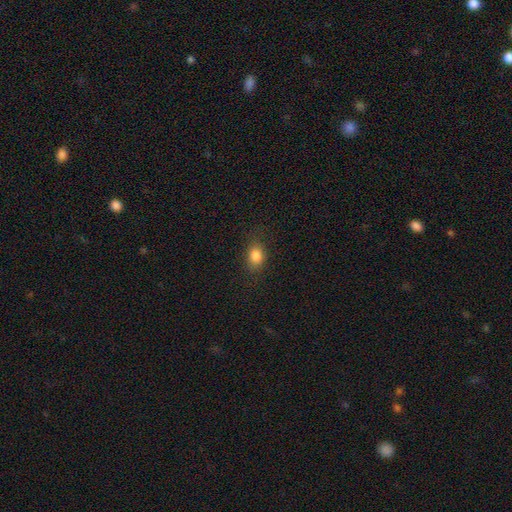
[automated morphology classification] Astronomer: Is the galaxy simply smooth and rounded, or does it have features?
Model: smooth — 83%.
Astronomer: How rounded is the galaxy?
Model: in between — 68%.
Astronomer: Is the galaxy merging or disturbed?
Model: none — 83%.